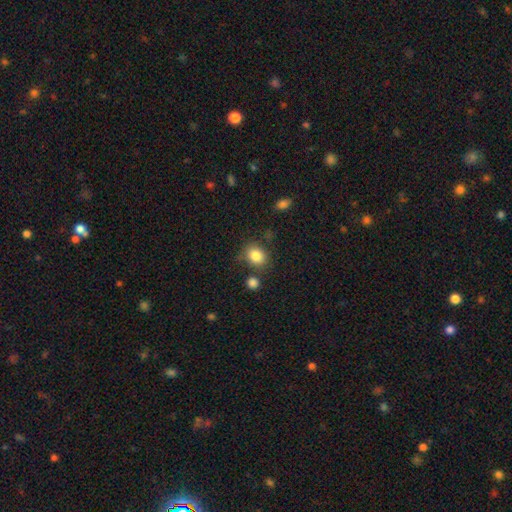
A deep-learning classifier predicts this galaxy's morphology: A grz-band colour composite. It shows a smooth galaxy with no disk features (84%) that is round (59%). Merging: none (72%).